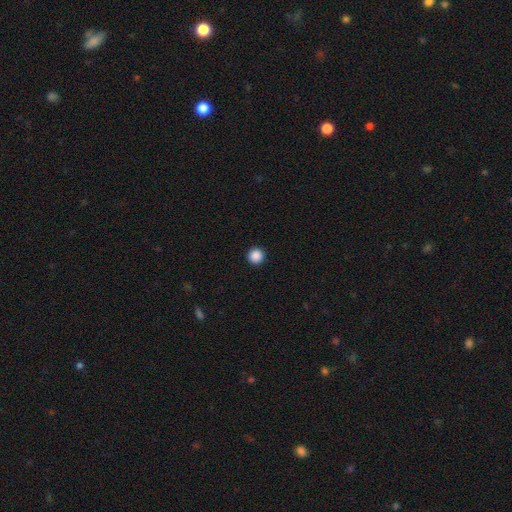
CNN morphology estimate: A smooth galaxy with no disk features (88%) that is round (96%). Merging: none (94%).